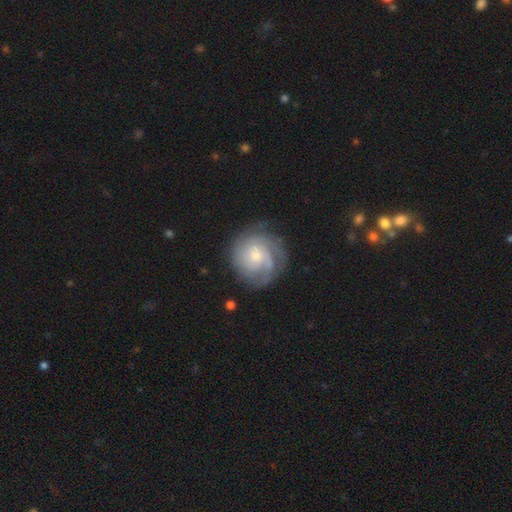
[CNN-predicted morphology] featured or disk 76%, smooth 18%, star or artifact 6%. Down the decision tree: edge-on disk — no (98%); bar — no (74%); spiral arms — yes (94%); spiral arm count — can't tell (31%); spiral winding — tight (64%); bulge size — small (51%); merging — none (75%).